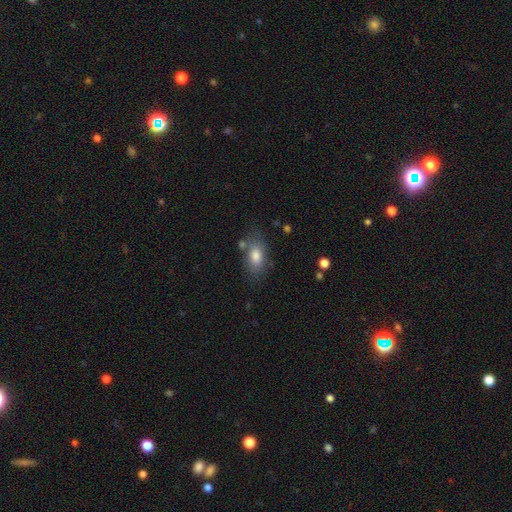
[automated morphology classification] type=smooth (80%); roundness=in between (87%); merging=none (69%).